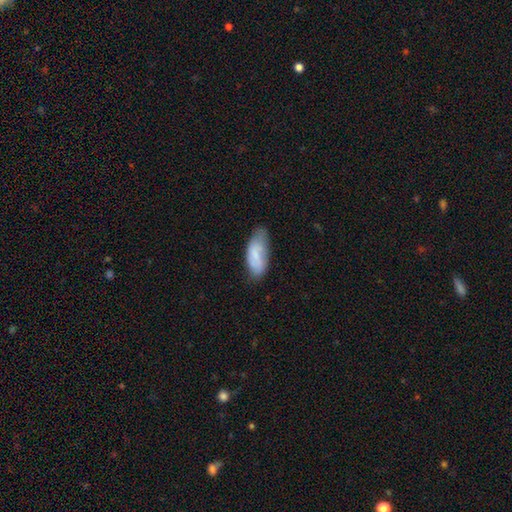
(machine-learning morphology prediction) smooth-or-featured: smooth: 74% | featured or disk: 19% | star or artifact: 6%
  how-rounded: in between: 86% | cigar-shaped: 12% | round: 2%
  merging: none: 55% | minor disturbance: 34% | major disturbance: 9% | merger: 2%